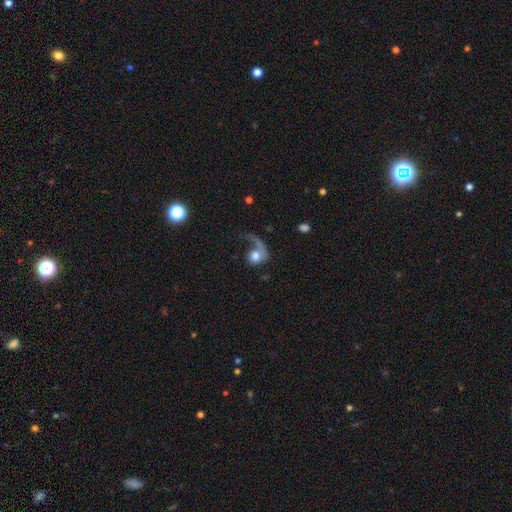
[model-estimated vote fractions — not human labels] smooth_or_featured: featured or disk (p=0.46) [tied with: smooth p=0.46]
merging: major disturbance (p=0.52) [alt: none p=0.26]